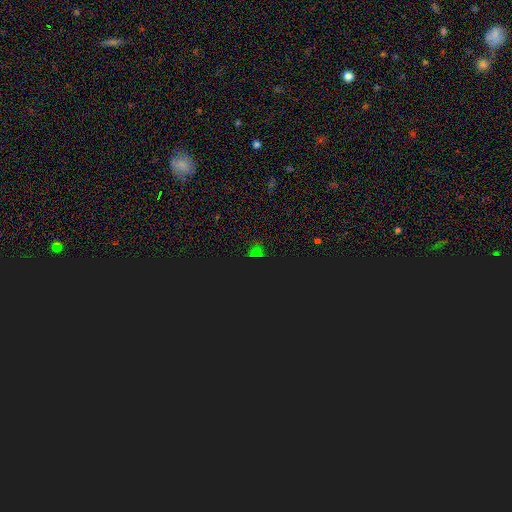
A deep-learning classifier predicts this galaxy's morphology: Q: Smooth or featured?
A: star or artifact (73%); runner-up: smooth (20%)